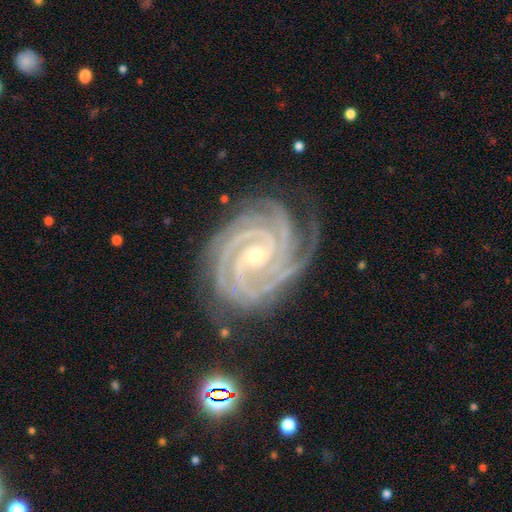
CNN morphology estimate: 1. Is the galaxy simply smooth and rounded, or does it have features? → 93% featured or disk, 5% star or artifact, 2% smooth.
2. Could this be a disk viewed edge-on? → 98% no, 2% yes.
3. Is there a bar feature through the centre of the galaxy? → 64% no, 23% weak, 13% strong.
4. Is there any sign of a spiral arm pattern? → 99% yes, 1% no.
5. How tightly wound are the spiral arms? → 81% tight, 17% medium, 2% loose.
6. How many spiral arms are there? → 31% 3, 29% 4, 15% 2, 9% more than 4, 9% can't tell, 7% 1.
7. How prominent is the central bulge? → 67% small, 31% moderate, 1% large, 1% none, 1% dominant.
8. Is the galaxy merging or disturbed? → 74% none, 19% minor disturbance, 6% major disturbance, 1% merger.